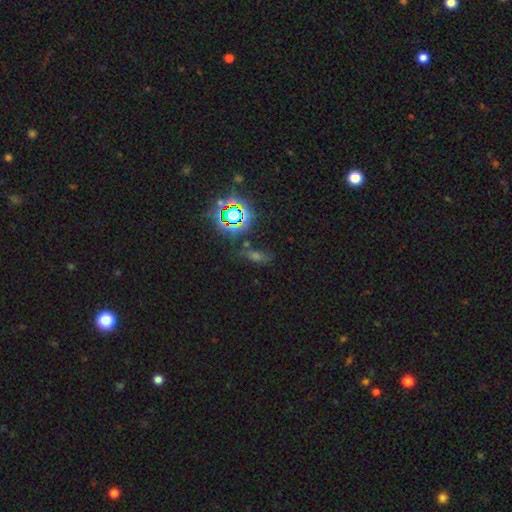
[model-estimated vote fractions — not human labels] Smooth or featured: star or artifact — 50% (smooth — 35%)